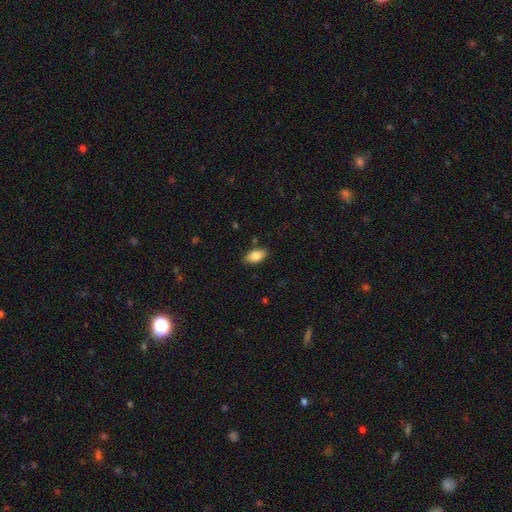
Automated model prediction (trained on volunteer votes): This is clearly a smooth galaxy (83%). How rounded: clearly in between (92%). Merging: clearly none (86%).